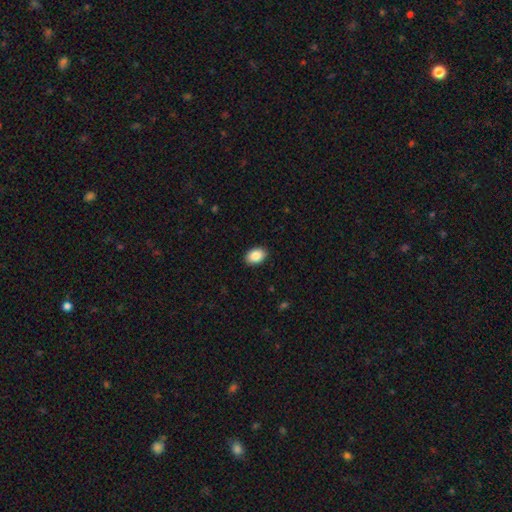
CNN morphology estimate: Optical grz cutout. It shows a smooth galaxy with no disk features (89%) that is in between round and cigar-shaped (84%). Merging: none (91%).